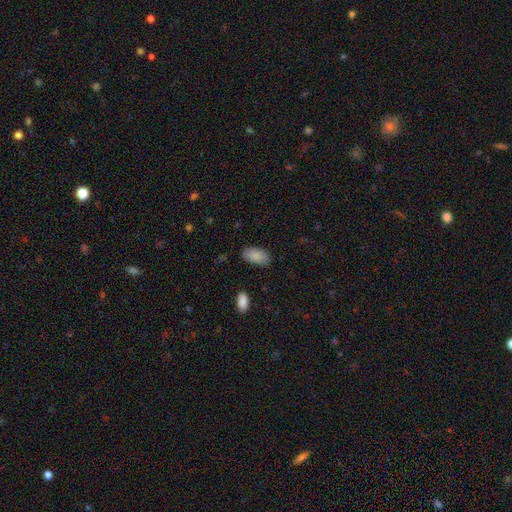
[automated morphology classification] Smooth or featured: smooth — 88% (star or artifact — 7%)
How rounded: in between — 95% (round — 3%)
Merging: none — 81% (minor disturbance — 14%)